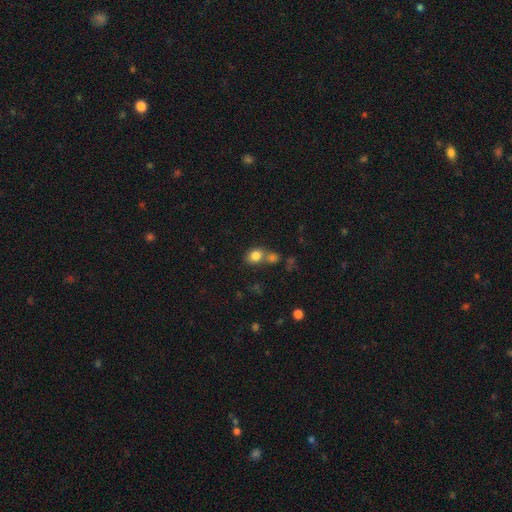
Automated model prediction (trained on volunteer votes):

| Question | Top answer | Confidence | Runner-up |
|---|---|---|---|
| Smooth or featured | smooth | 81% | star or artifact (11%) |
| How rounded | round | 60% | in between (39%) |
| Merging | none | 49% | merger (38%) |